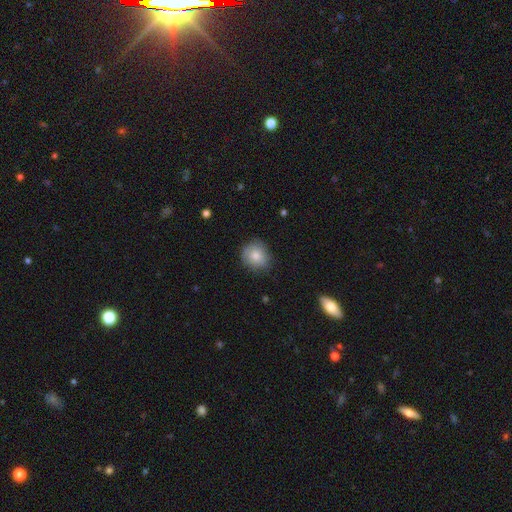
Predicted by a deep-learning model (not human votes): smooth_or_featured: smooth (p=0.80) [alt: featured or disk p=0.13]
how_rounded: round (p=0.82) [alt: in between p=0.17]
merging: none (p=0.76) [alt: minor disturbance p=0.19]